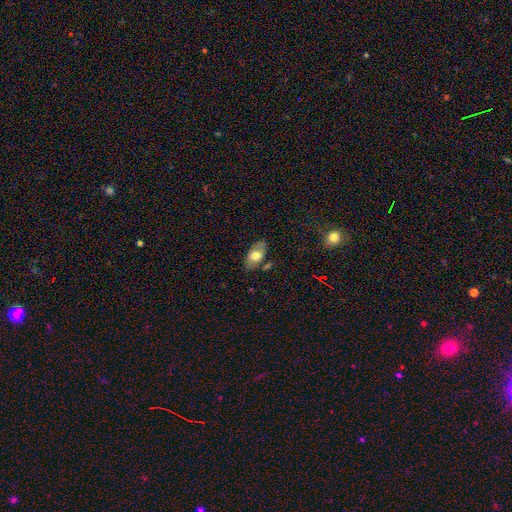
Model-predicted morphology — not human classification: This is likely a smooth galaxy (64%). How rounded: clearly in between (92%). Merging: likely none (74%).